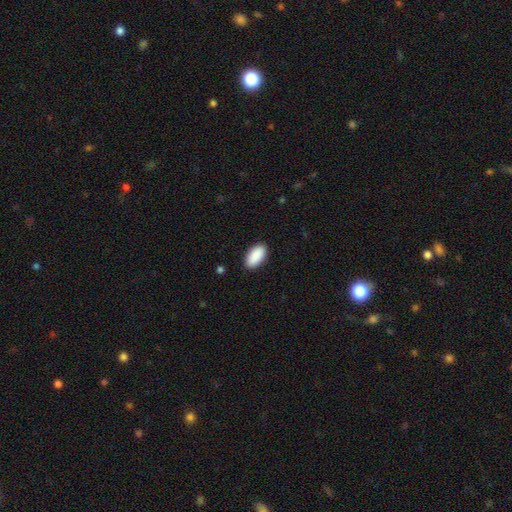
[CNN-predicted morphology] This appears to be a smooth galaxy with no disk features (91%) that is in between round and cigar-shaped (94%). Merging: none (89%).